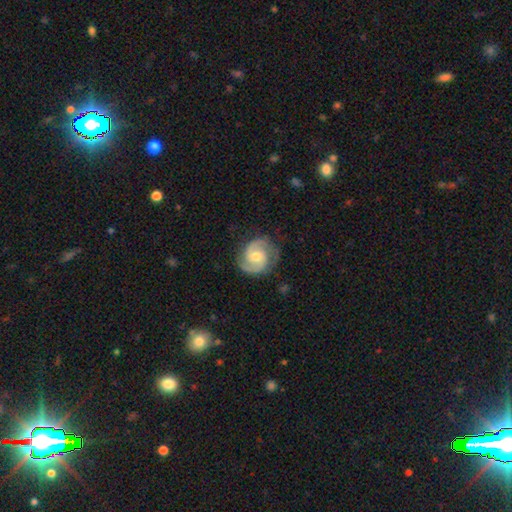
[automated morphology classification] Smooth or featured: featured or disk — 89% (smooth — 7%)
Edge-on disk: no — 98% (yes — 2%)
Bar: no — 56% (weak — 37%)
Spiral arms: yes — 98% (no — 2%)
Spiral winding: medium — 48% (tight — 42%)
Spiral arm count: 2 — 92% (can't tell — 3%)
Bulge size: moderate — 60% (small — 34%)
Merging: none — 81% (minor disturbance — 14%)